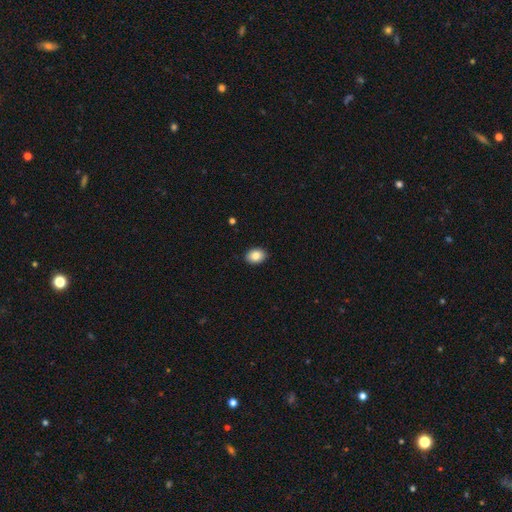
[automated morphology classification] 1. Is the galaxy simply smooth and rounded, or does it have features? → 85% smooth, 8% star or artifact, 7% featured or disk.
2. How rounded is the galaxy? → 73% in between, 26% round, 1% cigar-shaped.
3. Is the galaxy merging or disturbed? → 90% none, 7% minor disturbance, 2% major disturbance, 1% merger.